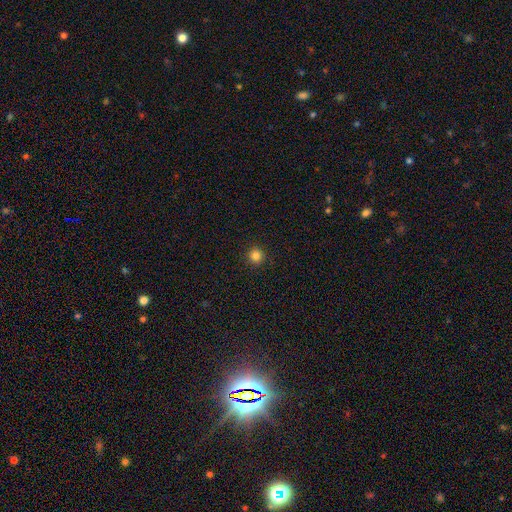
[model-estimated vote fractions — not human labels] Smooth or featured?
  - smooth: 84% *
  - star or artifact: 12%
  - featured or disk: 4%
How rounded?
  - round: 96% *
  - in between: 3%
  - cigar-shaped: 1%
Merging?
  - none: 93% *
  - minor disturbance: 5%
  - major disturbance: 2%
  - merger: 1%